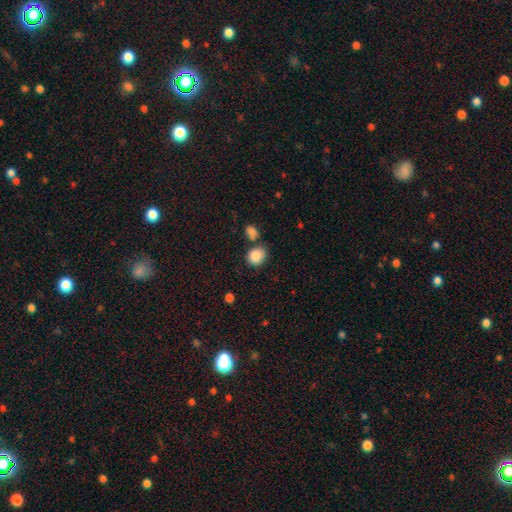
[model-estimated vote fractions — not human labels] A smooth galaxy with no disk features (85%) that is round (57%). Merging: none (64%).